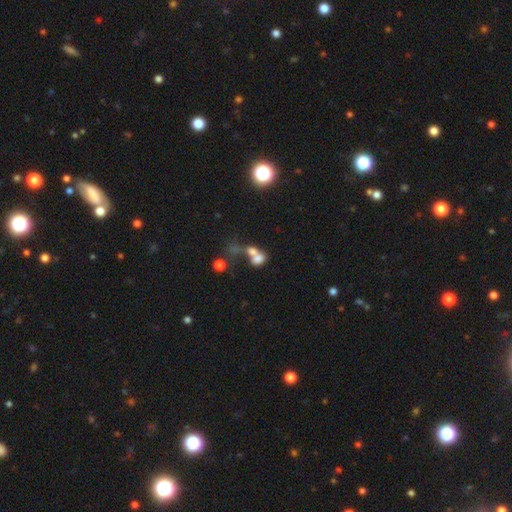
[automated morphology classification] smooth_or_featured: smooth (p=0.65) [alt: featured or disk p=0.21]
how_rounded: in between (p=0.63) [alt: round p=0.34]
merging: merger (p=0.65) [alt: none p=0.18]